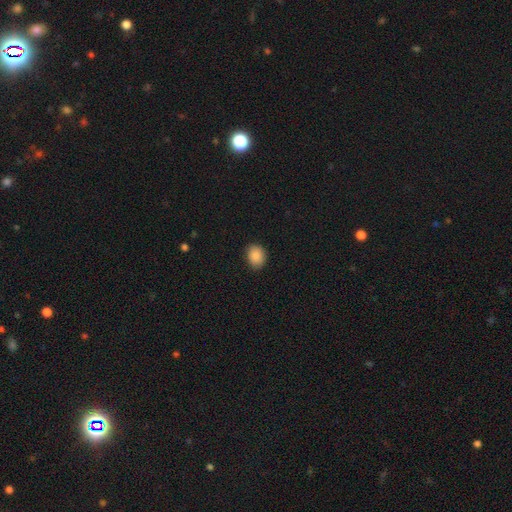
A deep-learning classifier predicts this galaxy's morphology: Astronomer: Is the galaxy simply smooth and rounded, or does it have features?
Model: smooth — 89%.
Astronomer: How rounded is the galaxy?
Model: in between — 55% (runner-up: round, 44%).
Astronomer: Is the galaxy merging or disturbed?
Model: none — 86%.